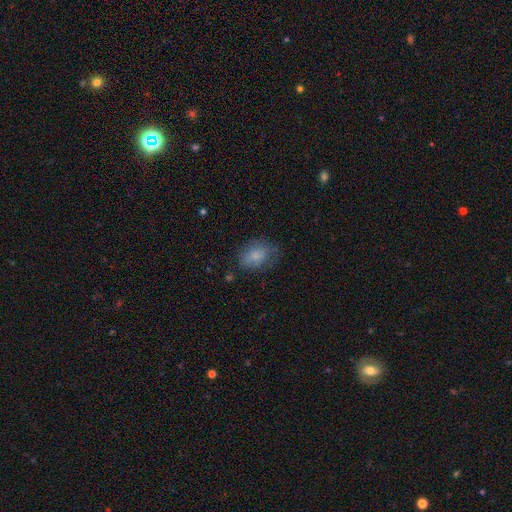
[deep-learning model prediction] Q: Smooth or featured?
A: smooth (77%); runner-up: featured or disk (15%)
Q: How rounded?
A: in between (78%); runner-up: round (20%)
Q: Merging?
A: none (67%); runner-up: minor disturbance (22%)